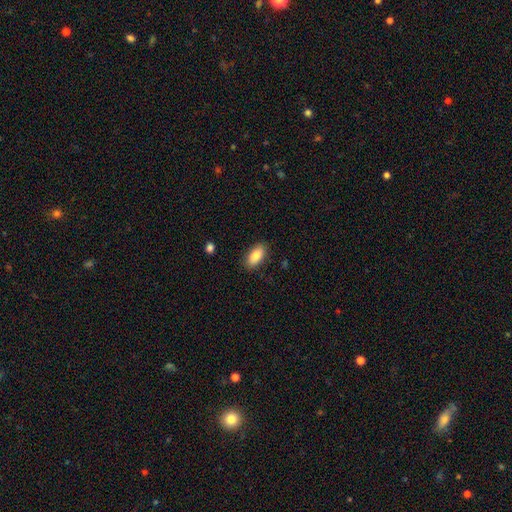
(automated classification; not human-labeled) Smooth or featured: smooth — 86% (featured or disk — 8%)
How rounded: in between — 91% (cigar-shaped — 6%)
Merging: none — 87% (minor disturbance — 9%)